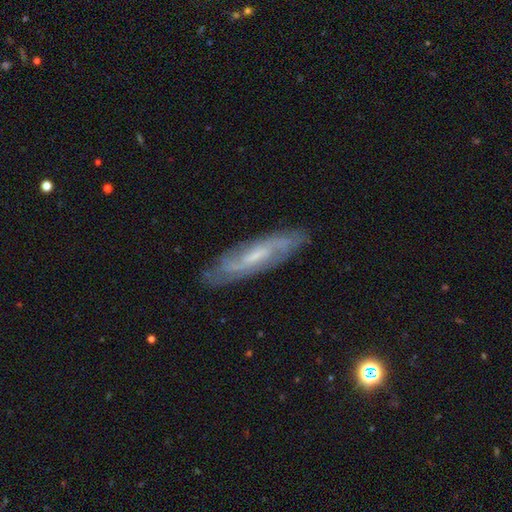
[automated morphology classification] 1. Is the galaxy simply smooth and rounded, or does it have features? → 73% featured or disk, 20% smooth, 6% star or artifact.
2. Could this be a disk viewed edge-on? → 69% no, 31% yes.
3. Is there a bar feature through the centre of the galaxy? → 49% weak, 34% no, 17% strong.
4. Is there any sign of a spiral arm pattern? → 89% yes, 11% no.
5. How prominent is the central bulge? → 56% small, 28% moderate, 13% none, 2% large, 1% dominant.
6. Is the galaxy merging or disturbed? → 81% none, 14% minor disturbance, 4% major disturbance, 1% merger.